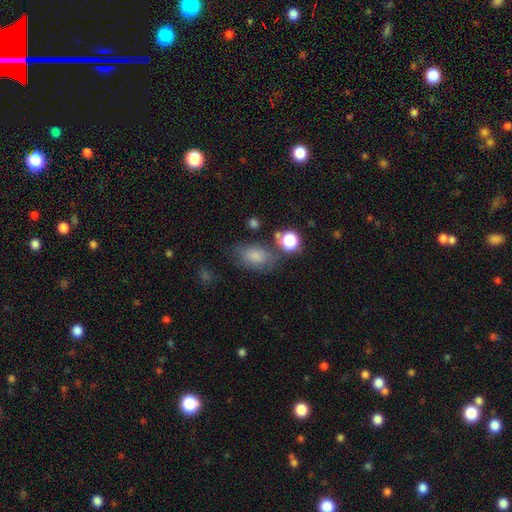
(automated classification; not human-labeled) Overall: smooth (76%). How rounded: in between (81%). Merging: none (55%; minor disturbance 24%).